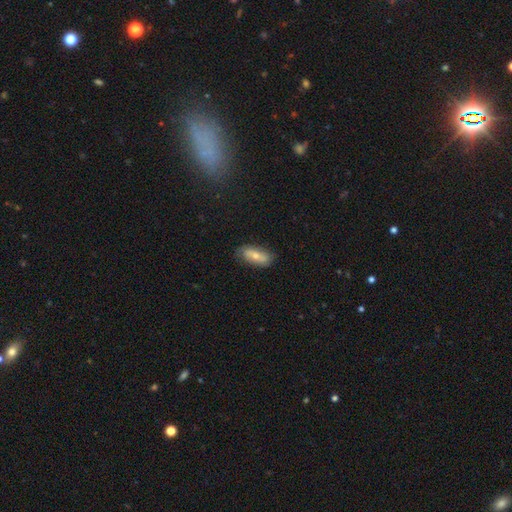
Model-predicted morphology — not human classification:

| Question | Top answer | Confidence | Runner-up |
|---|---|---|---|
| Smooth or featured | smooth | 53% | featured or disk (40%) |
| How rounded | in between | 85% | cigar-shaped (11%) |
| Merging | none | 75% | minor disturbance (19%) |